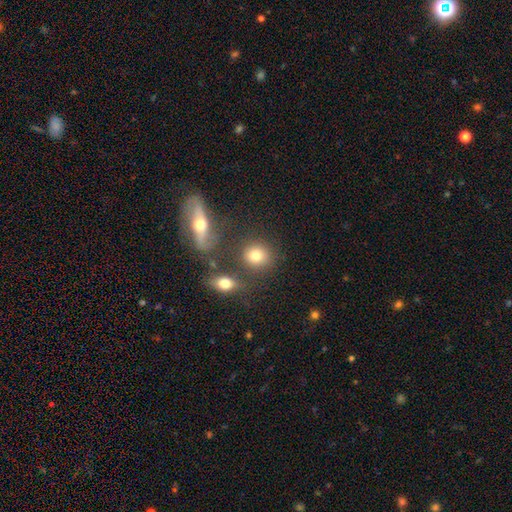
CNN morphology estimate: smooth-or-featured: smooth: 77% | star or artifact: 12% | featured or disk: 11%
  how-rounded: round: 79% | in between: 20% | cigar-shaped: 2%
  merging: none: 73% | merger: 12% | minor disturbance: 10% | major disturbance: 5%